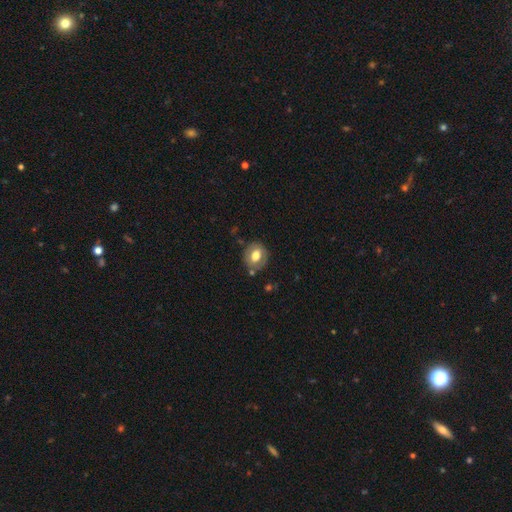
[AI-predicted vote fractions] A smooth galaxy with no disk features (65%) that is round (62%). Merging: none (78%).